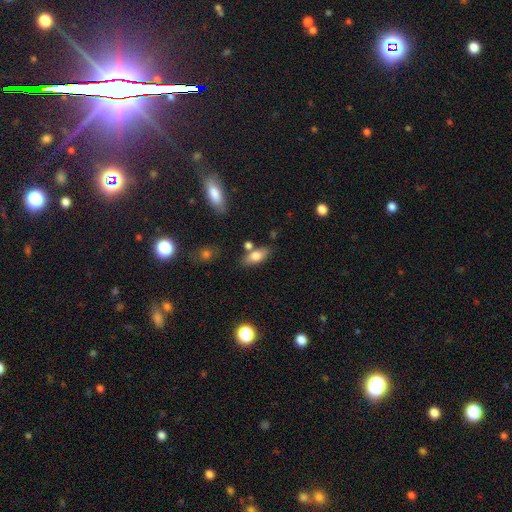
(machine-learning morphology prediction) A smooth galaxy with no disk features (75%) that is in between round and cigar-shaped (81%).

Vote fractions:
- Smooth or featured? smooth: 75% / featured or disk: 17% / star or artifact: 8%
- How rounded? in between: 81% / cigar-shaped: 15% / round: 4%
- Merging? none: 70% / minor disturbance: 14% / merger: 13% / major disturbance: 4%